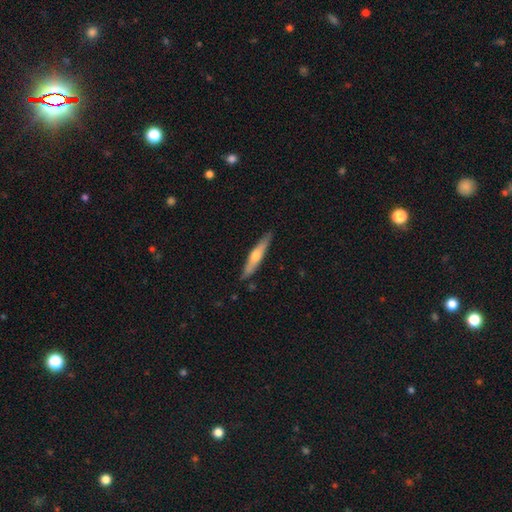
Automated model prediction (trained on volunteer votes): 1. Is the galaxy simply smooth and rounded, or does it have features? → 52% featured or disk, 42% smooth, 6% star or artifact.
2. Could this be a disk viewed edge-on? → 94% yes, 6% no.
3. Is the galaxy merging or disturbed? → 88% none, 9% minor disturbance, 2% major disturbance, 1% merger.